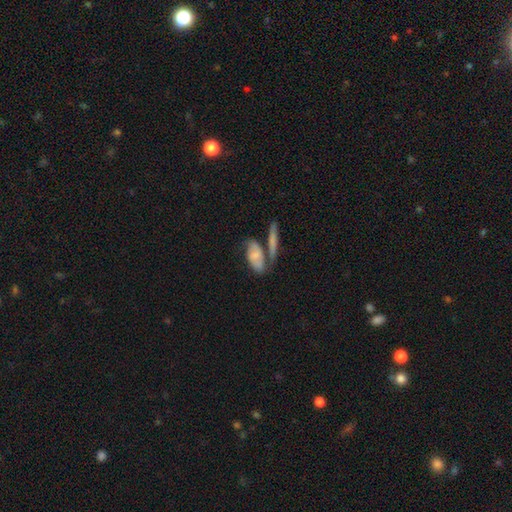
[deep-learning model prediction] Smooth or featured? smooth (52%)
How rounded? in between (78%)
Merging? none (42%)